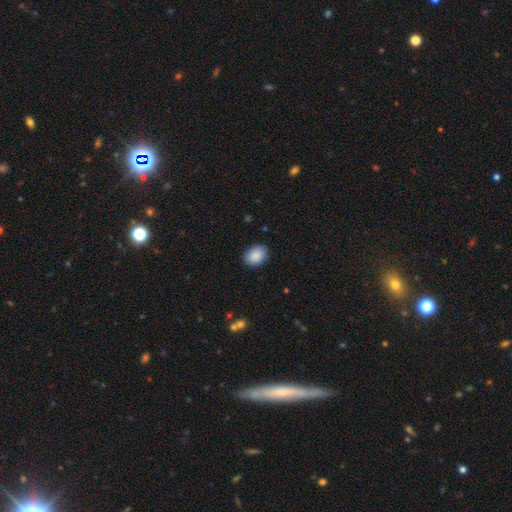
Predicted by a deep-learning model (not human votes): A smooth galaxy with no disk features (89%) that is in between round and cigar-shaped (71%). Merging: none (86%).